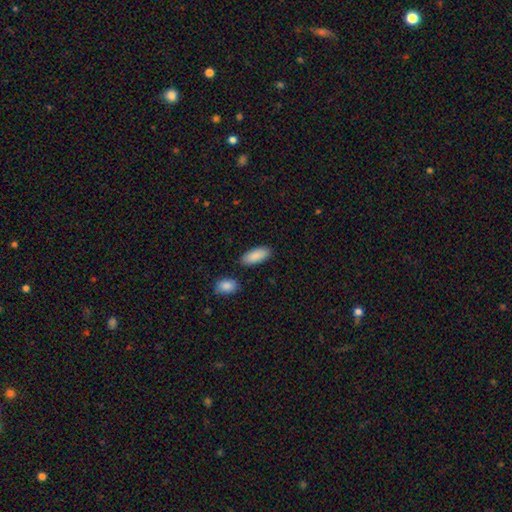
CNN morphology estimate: smooth 90%, star or artifact 6%, featured or disk 4%. Down the decision tree: how rounded — in between (84%); merging — none (84%).